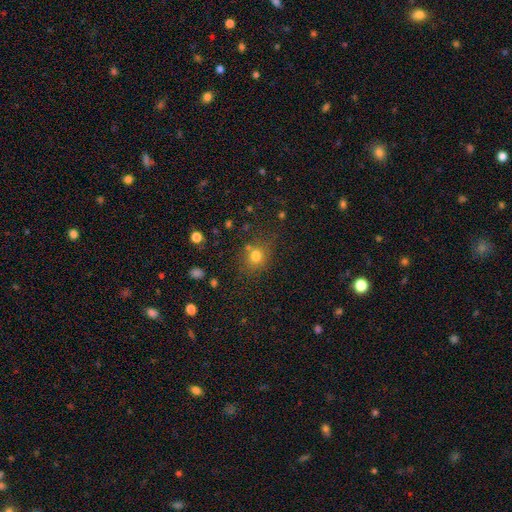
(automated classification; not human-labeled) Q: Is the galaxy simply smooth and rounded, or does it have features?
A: smooth — 76%.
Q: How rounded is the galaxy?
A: round — 73%.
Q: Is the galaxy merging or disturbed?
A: none — 69%.